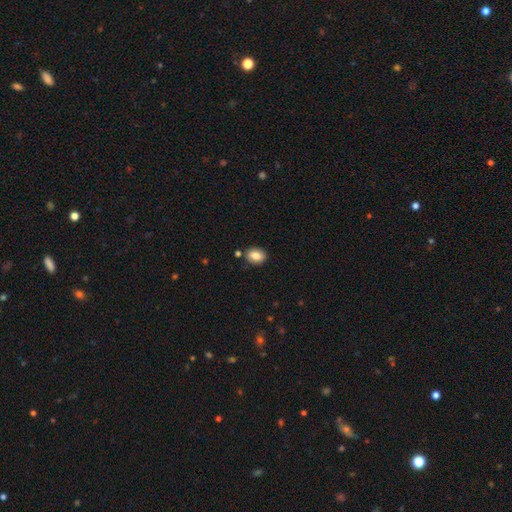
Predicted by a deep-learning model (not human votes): This is clearly a smooth galaxy (81%). How rounded: likely in between (64%). Merging: clearly none (82%).